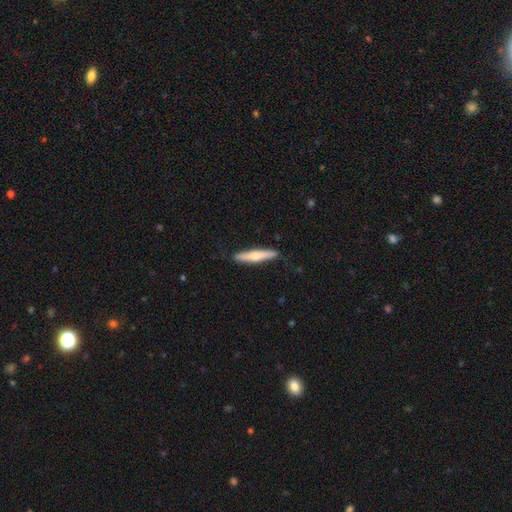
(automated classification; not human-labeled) A smooth galaxy with no disk features (53%) that is cigar-shaped (91%).

Vote fractions:
- Smooth or featured? smooth: 53% / featured or disk: 42% / star or artifact: 5%
- How rounded? cigar-shaped: 91% / in between: 7% / round: 1%
- Merging? none: 89% / minor disturbance: 9% / major disturbance: 2% / merger: 1%